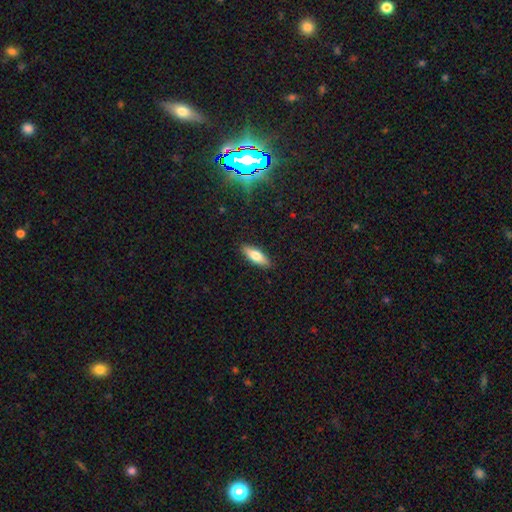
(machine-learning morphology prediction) Overall: smooth (71%). How rounded: in between (60%; cigar-shaped 38%). Merging: none (90%).